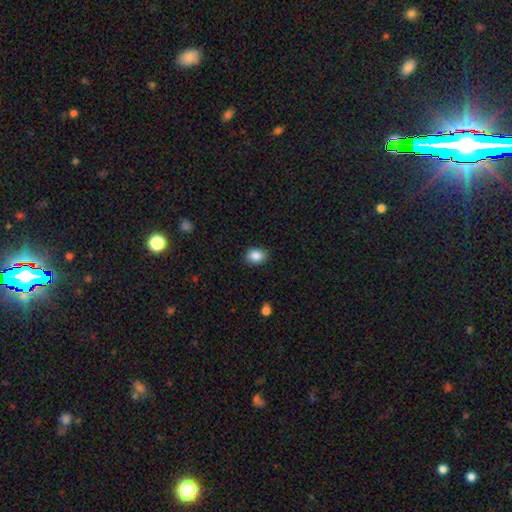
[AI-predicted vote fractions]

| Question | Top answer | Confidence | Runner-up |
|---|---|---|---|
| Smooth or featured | smooth | 88% | star or artifact (8%) |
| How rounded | in between | 66% | round (33%) |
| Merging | none | 88% | minor disturbance (8%) |